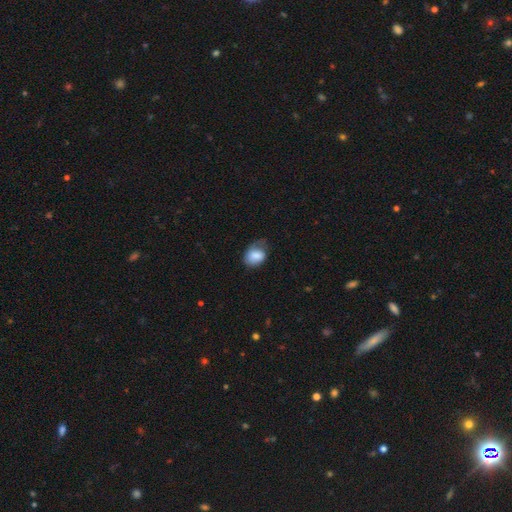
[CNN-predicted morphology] Smooth or featured?
  - smooth: 78% *
  - featured or disk: 15%
  - star or artifact: 7%
How rounded?
  - in between: 71% *
  - round: 28%
  - cigar-shaped: 1%
Merging?
  - none: 38% *
  - minor disturbance: 37%
  - major disturbance: 24%
  - merger: 2%